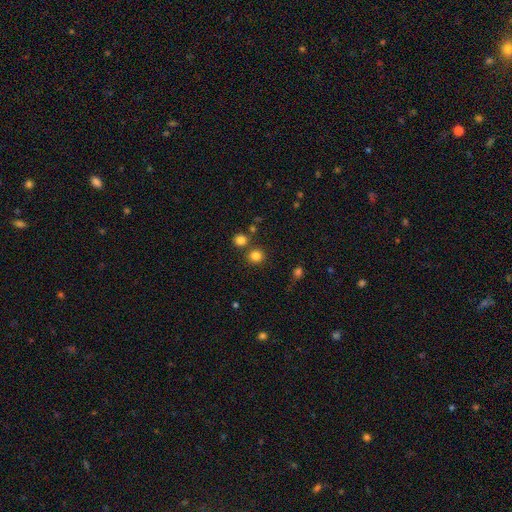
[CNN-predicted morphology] smooth 81%, star or artifact 15%, featured or disk 5%. Down the decision tree: how rounded — round (89%); merging — none (78%).